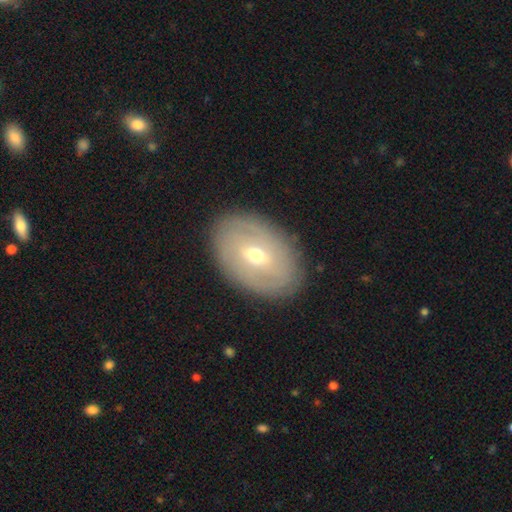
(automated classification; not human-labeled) This appears to be a featured or disk galaxy (64%) with a weak bar (50%), spiral arms (55%) and a moderate central bulge (60%). Merging: none (85%).